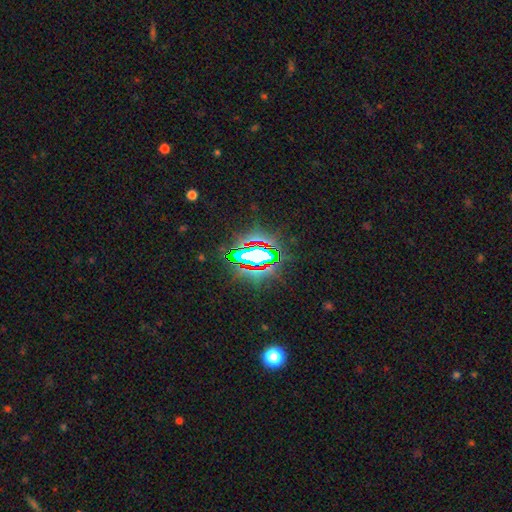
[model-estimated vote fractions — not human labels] Overall: star or artifact (71%).